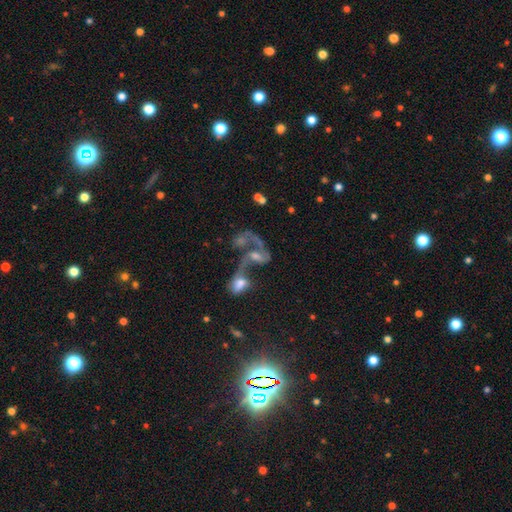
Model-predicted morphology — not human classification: Smooth or featured?
  - featured or disk: 72% *
  - smooth: 18%
  - star or artifact: 11%
Edge-on disk?
  - no: 97% *
  - yes: 3%
Bar?
  - no: 55% *
  - weak: 34%
  - strong: 12%
Spiral arms?
  - yes: 79% *
  - no: 21%
Spiral winding?
  - loose: 65% *
  - medium: 26%
  - tight: 8%
Spiral arm count?
  - 2: 56% *
  - 1: 31%
  - can't tell: 8%
  - 3: 2%
  - 4: 1%
  - more than 4: 1%
Bulge size?
  - moderate: 42% *
  - small: 30%
  - none: 16%
  - large: 10%
  - dominant: 2%
Merging?
  - merger: 69% *
  - major disturbance: 14%
  - none: 11%
  - minor disturbance: 5%